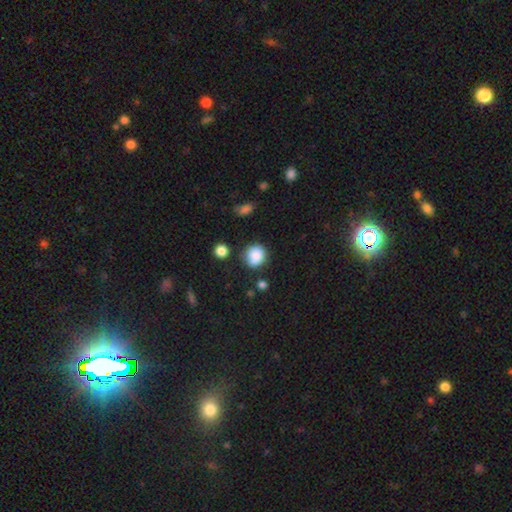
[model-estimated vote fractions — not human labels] smooth-or-featured: smooth: 84% | star or artifact: 10% | featured or disk: 7%
  how-rounded: round: 81% | in between: 18% | cigar-shaped: 1%
  merging: none: 71% | minor disturbance: 18% | merger: 6% | major disturbance: 5%